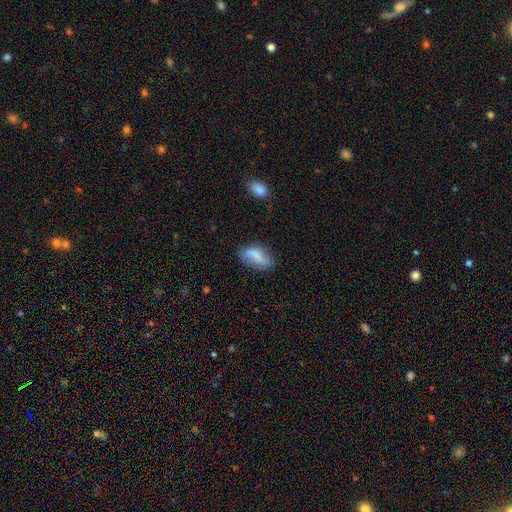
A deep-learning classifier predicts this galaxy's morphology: Smooth or featured? smooth (65%)
How rounded? in between (89%)
Merging? none (64%)